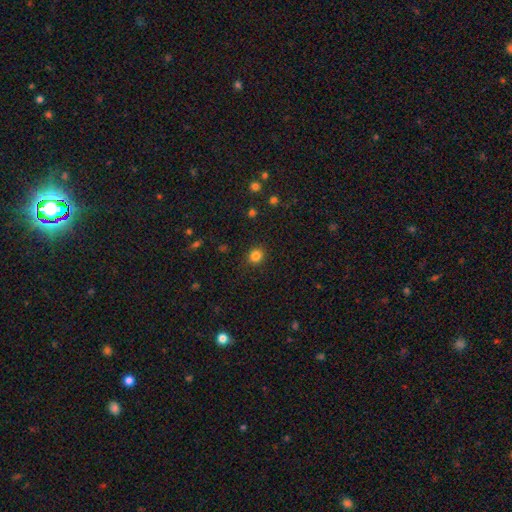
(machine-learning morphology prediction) Overall: smooth (83%). How rounded: round (84%). Merging: none (89%).